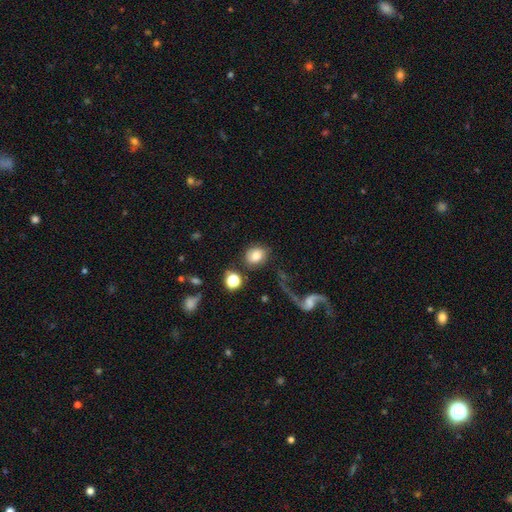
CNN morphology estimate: Smooth or featured: smooth — 75% (featured or disk — 15%)
How rounded: round — 57% (in between — 42%)
Merging: none — 67% (minor disturbance — 15%)